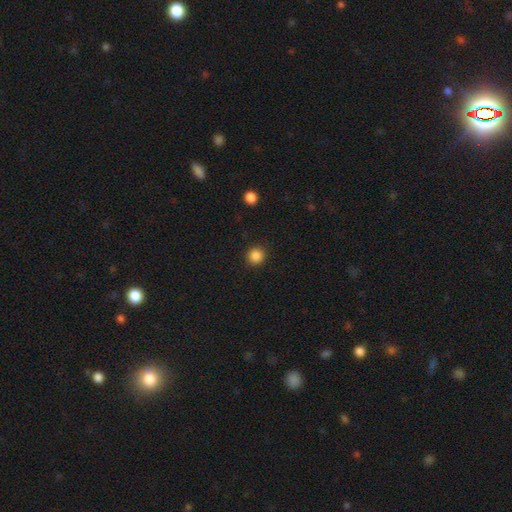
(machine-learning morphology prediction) Smooth or featured?
  - smooth: 86% *
  - star or artifact: 11%
  - featured or disk: 3%
How rounded?
  - round: 92% *
  - in between: 7%
  - cigar-shaped: 1%
Merging?
  - none: 91% *
  - minor disturbance: 6%
  - major disturbance: 2%
  - merger: 1%